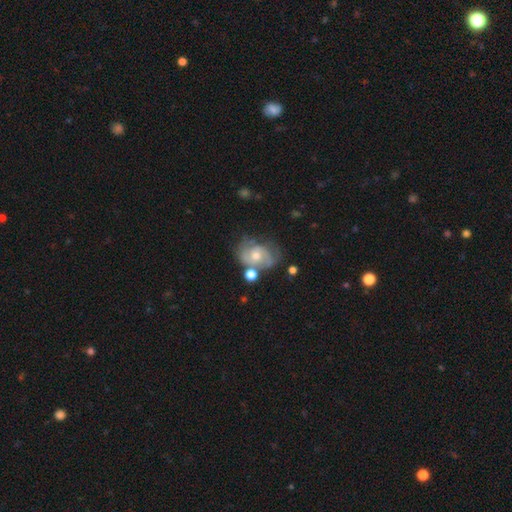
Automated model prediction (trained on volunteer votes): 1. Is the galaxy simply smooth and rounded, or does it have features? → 72% featured or disk, 20% smooth, 8% star or artifact.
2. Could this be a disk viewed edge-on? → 97% no, 3% yes.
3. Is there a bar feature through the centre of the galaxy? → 67% no, 28% weak, 5% strong.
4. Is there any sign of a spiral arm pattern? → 86% yes, 14% no.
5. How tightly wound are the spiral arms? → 44% medium, 39% tight, 16% loose.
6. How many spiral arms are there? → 59% 2, 22% can't tell, 10% 3, 4% 1, 2% 4, 2% more than 4.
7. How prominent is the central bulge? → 56% moderate, 37% small, 3% large, 2% none, 1% dominant.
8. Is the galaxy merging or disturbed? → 55% none, 23% minor disturbance, 11% major disturbance, 11% merger.